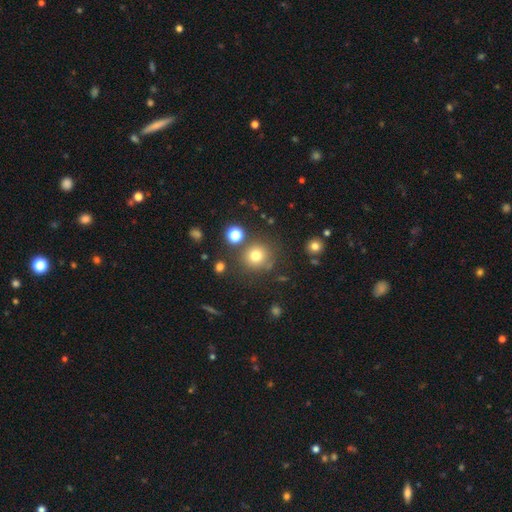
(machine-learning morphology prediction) The model was most divided on "smooth or featured": smooth: 75%, star or artifact: 15%, featured or disk: 9%. More confident: how rounded — round (92%); merging — none (79%).